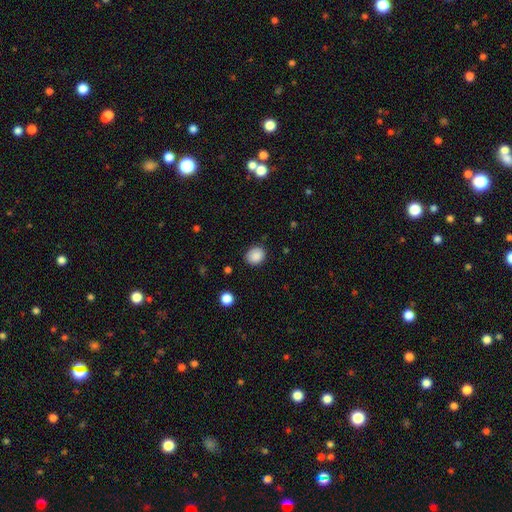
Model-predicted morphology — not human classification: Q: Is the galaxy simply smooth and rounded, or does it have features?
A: smooth — 88%.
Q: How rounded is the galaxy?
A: round — 64%.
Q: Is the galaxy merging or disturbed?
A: none — 85%.